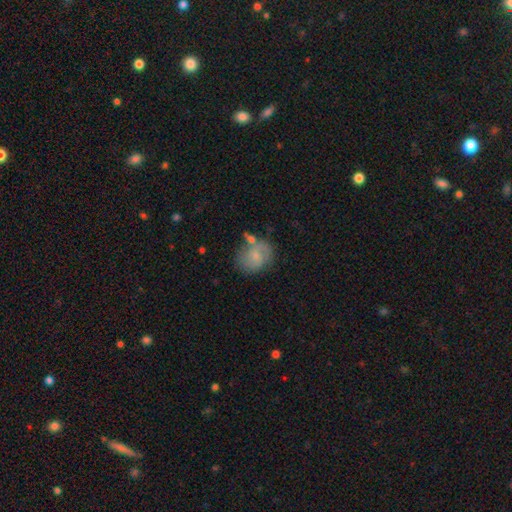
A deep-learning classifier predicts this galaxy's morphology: A smooth galaxy with no disk features (58%) that is round (57%). Merging: none (57%).